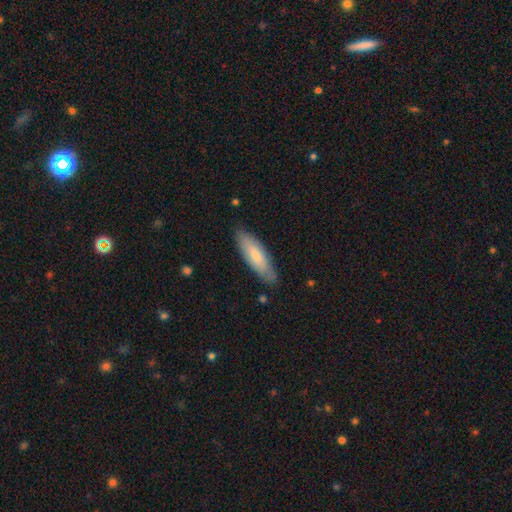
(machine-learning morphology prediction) A smooth galaxy with no disk features (72%) that is in between round and cigar-shaped (50%).

Vote fractions:
- Smooth or featured? smooth: 72% / featured or disk: 23% / star or artifact: 5%
- How rounded? in between: 50% / cigar-shaped: 48% / round: 1%
- Merging? none: 85% / minor disturbance: 12% / major disturbance: 2% / merger: 1%